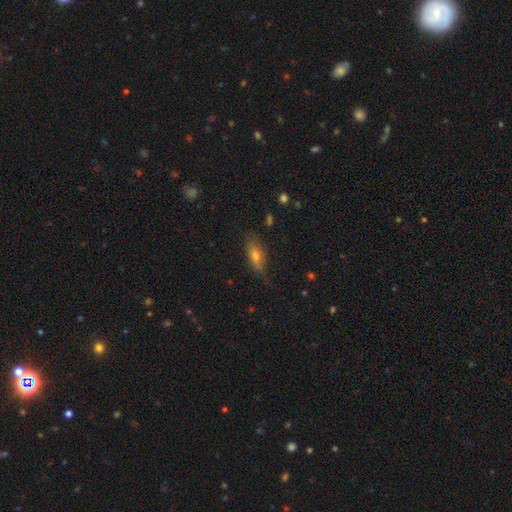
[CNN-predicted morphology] Q: Smooth or featured?
A: smooth (61%); runner-up: featured or disk (28%)
Q: How rounded?
A: in between (61%); runner-up: cigar-shaped (35%)
Q: Merging?
A: none (75%); runner-up: minor disturbance (19%)